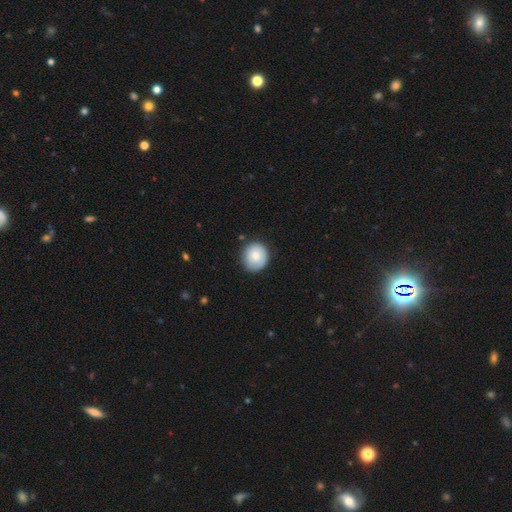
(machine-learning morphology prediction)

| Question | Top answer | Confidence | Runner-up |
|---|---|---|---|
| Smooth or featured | smooth | 83% | featured or disk (10%) |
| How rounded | round | 88% | in between (12%) |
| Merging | none | 83% | minor disturbance (13%) |